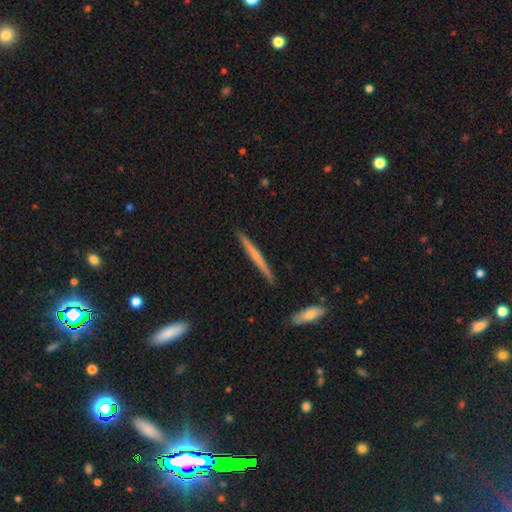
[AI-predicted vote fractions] smooth 48%, featured or disk 46%, star or artifact 5%. Down the decision tree: merging — none (90%).